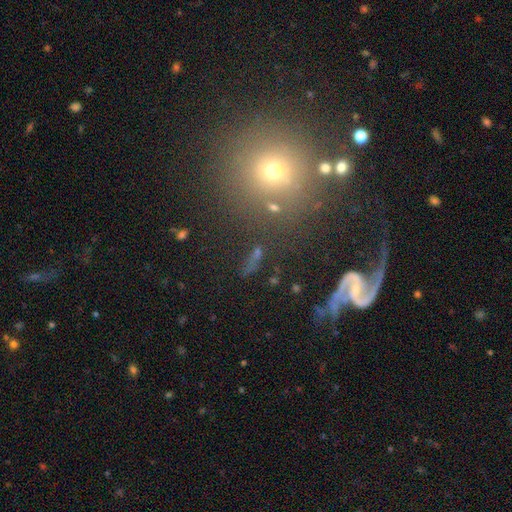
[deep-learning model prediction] A featured or disk galaxy (44%).

Vote fractions:
- Smooth or featured? featured or disk: 44% / smooth: 29% / star or artifact: 27%
- Merging? none: 65% / minor disturbance: 14% / major disturbance: 11% / merger: 9%